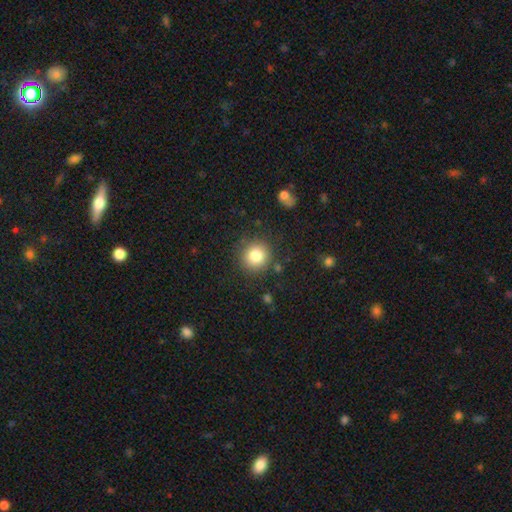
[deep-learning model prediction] Smooth or featured: smooth — 82% (star or artifact — 10%)
How rounded: round — 92% (in between — 7%)
Merging: none — 87% (minor disturbance — 8%)